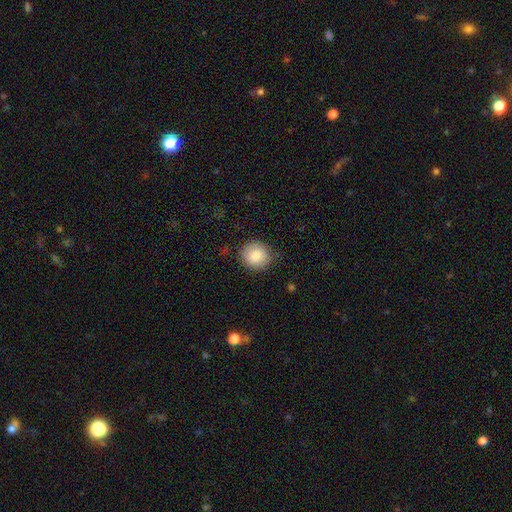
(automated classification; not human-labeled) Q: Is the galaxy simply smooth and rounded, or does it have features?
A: smooth — 88%.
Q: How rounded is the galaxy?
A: round — 87%.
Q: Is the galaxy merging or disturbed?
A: none — 81%.